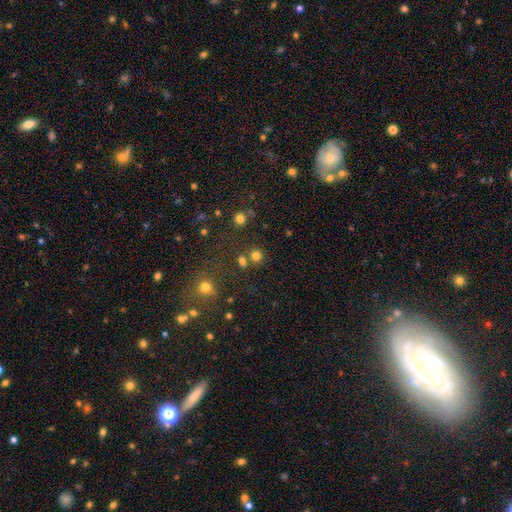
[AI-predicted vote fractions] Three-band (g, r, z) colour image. It shows a smooth galaxy with no disk features (76%) that is round (88%). Merging: none (74%).